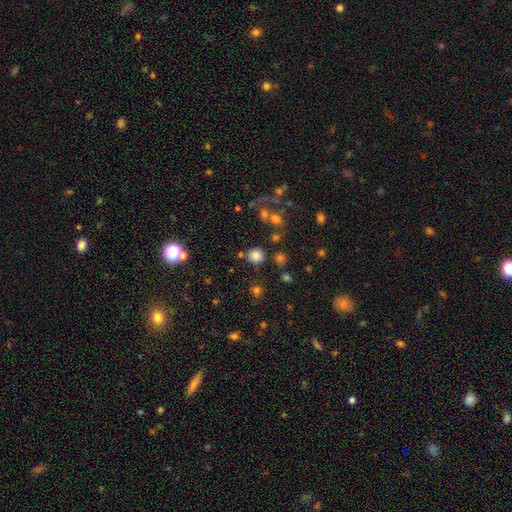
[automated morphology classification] Q: Smooth or featured?
A: smooth (80%); runner-up: star or artifact (15%)
Q: How rounded?
A: round (89%); runner-up: in between (10%)
Q: Merging?
A: none (80%); runner-up: minor disturbance (9%)